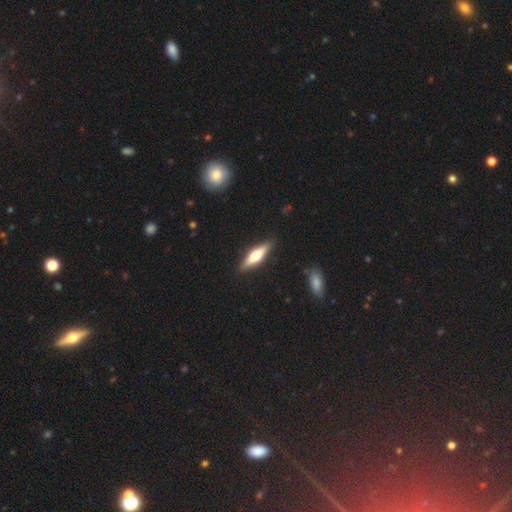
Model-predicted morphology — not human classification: Smooth or featured: featured or disk — 52% (smooth — 42%)
Edge-on disk: yes — 93% (no — 7%)
Merging: none — 89% (minor disturbance — 8%)